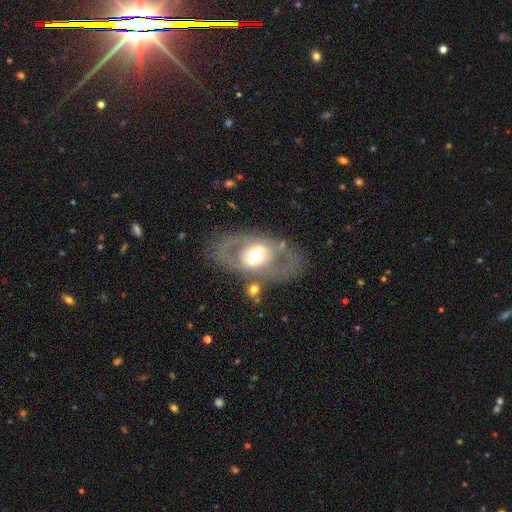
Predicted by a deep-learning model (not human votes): Smooth or featured? featured or disk (64%)
Edge-on disk? no (90%)
Bar? no (61%)
Spiral arms? no (75%)
Bulge size? moderate (63%)
Merging? none (68%)